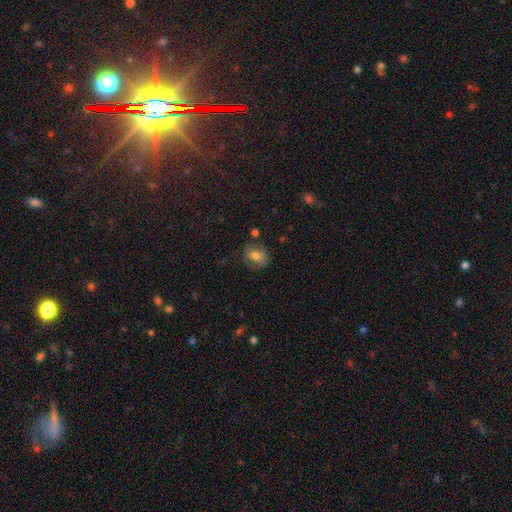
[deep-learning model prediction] A smooth galaxy with no disk features (64%) that is round (50%). Merging: none (75%).